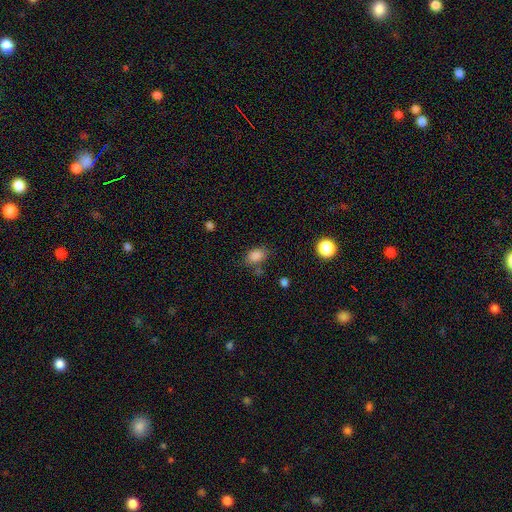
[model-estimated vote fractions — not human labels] smooth_or_featured: smooth (p=0.84) [alt: star or artifact p=0.11]
how_rounded: in between (p=0.77) [alt: round p=0.22]
merging: none (p=0.66) [alt: minor disturbance p=0.21]